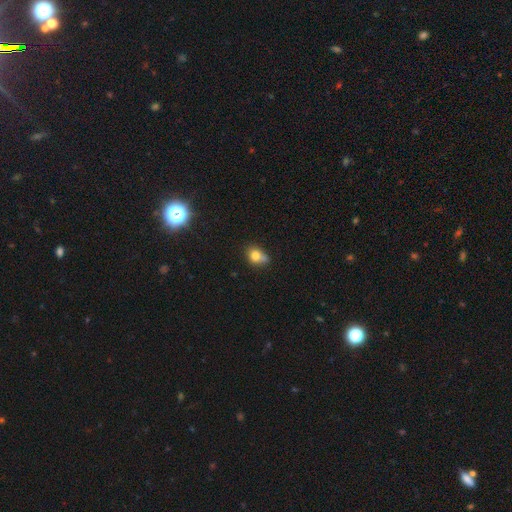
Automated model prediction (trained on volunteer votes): smooth_or_featured: smooth (p=0.77) [alt: star or artifact p=0.12]
how_rounded: in between (p=0.53) [alt: round p=0.46]
merging: none (p=0.46) [alt: minor disturbance p=0.31]